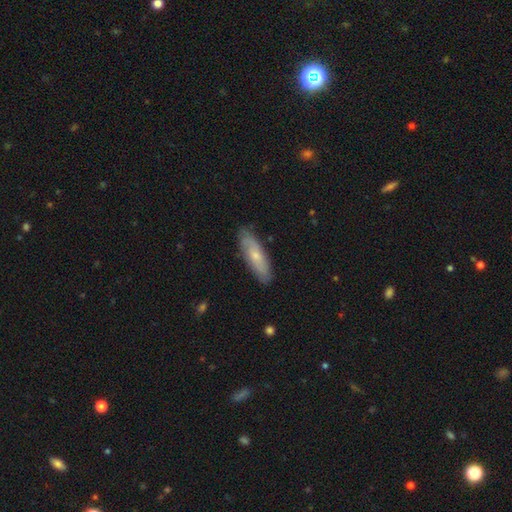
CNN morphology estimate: Smooth or featured? smooth (52%)
How rounded? cigar-shaped (54%)
Merging? none (82%)